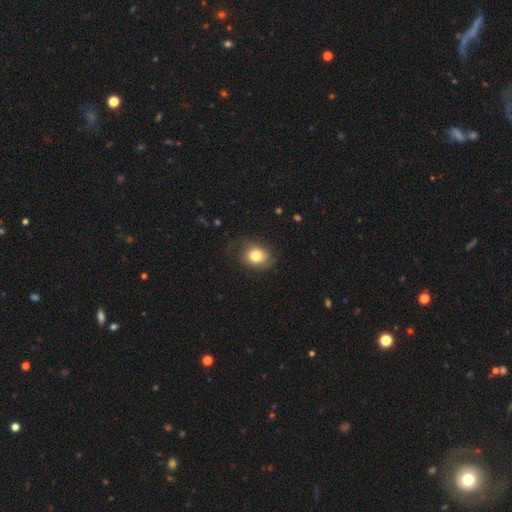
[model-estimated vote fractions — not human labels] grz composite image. It shows a smooth galaxy with no disk features (79%) that is round (56%). Merging: none (70%).